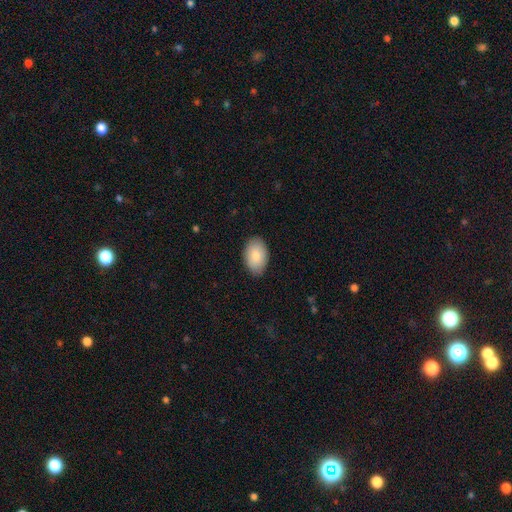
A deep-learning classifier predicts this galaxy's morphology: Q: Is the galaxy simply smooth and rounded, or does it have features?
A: smooth — 83%.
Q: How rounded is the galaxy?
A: in between — 90%.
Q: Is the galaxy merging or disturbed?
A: none — 84%.